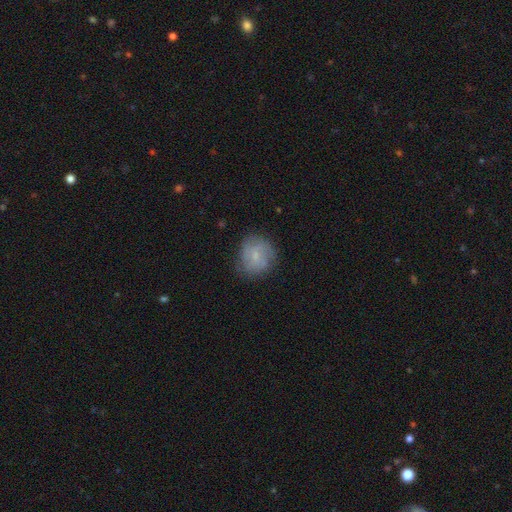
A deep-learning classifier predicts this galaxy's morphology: A smooth galaxy with no disk features (53%) that is round (84%).

Vote fractions:
- Smooth or featured? smooth: 53% / featured or disk: 39% / star or artifact: 8%
- How rounded? round: 84% / in between: 15% / cigar-shaped: 1%
- Merging? none: 73% / minor disturbance: 19% / major disturbance: 7% / merger: 1%